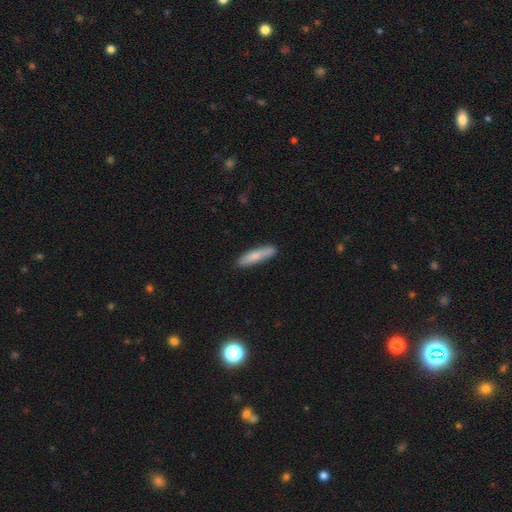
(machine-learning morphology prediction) A smooth galaxy with no disk features (76%) that is cigar-shaped (84%).

Vote fractions:
- Smooth or featured? smooth: 76% / featured or disk: 18% / star or artifact: 6%
- How rounded? cigar-shaped: 84% / in between: 15% / round: 1%
- Merging? none: 83% / minor disturbance: 13% / major disturbance: 2% / merger: 2%